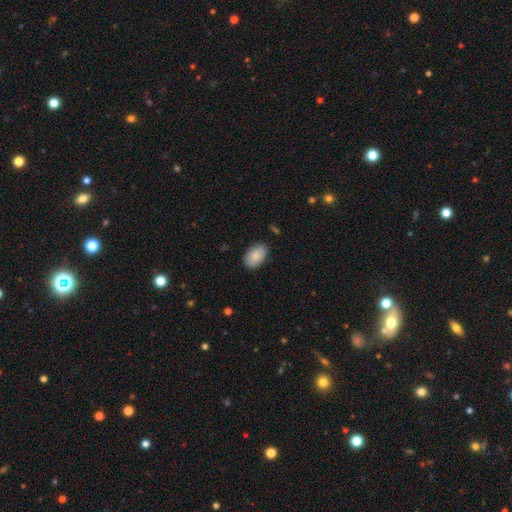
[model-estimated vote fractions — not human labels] A smooth galaxy with no disk features (88%) that is in between round and cigar-shaped (92%). Merging: none (84%).